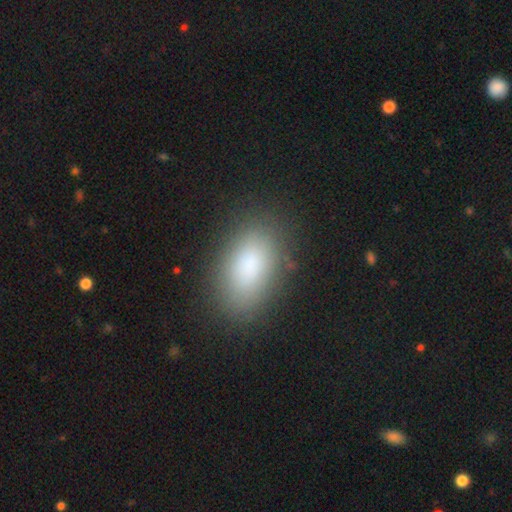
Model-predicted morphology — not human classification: smooth_or_featured: smooth (p=0.81) [alt: star or artifact p=0.10]
how_rounded: in between (p=0.88) [alt: round p=0.10]
merging: none (p=0.81) [alt: minor disturbance p=0.12]